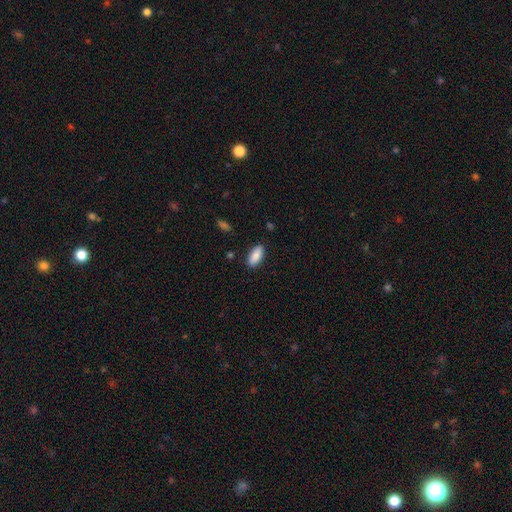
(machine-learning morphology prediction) Q: Smooth or featured?
A: smooth (88%); runner-up: star or artifact (6%)
Q: How rounded?
A: in between (84%); runner-up: cigar-shaped (15%)
Q: Merging?
A: none (87%); runner-up: minor disturbance (9%)